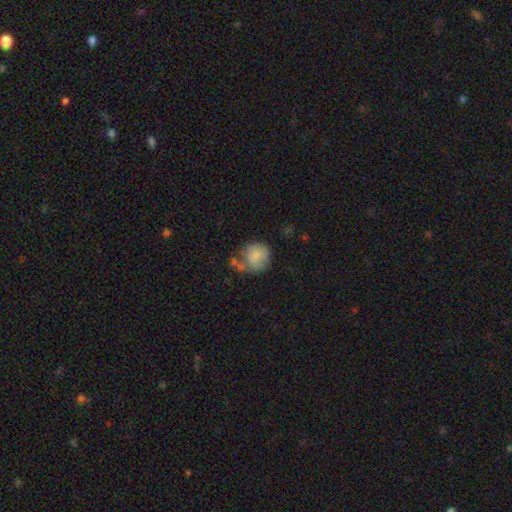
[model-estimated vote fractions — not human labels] The model was most divided on "merging": none: 38%, minor disturbance: 26%, major disturbance: 19%, merger: 17%. More confident: how rounded — round (80%); smooth or featured — smooth (76%).